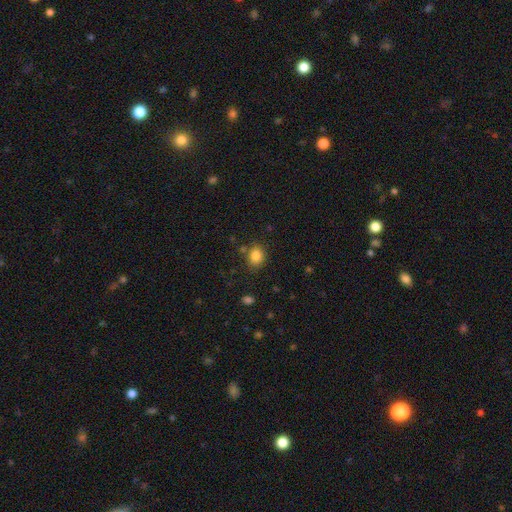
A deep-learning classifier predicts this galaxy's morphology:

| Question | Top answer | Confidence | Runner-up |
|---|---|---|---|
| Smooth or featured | smooth | 84% | star or artifact (11%) |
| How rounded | round | 57% | in between (42%) |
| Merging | none | 77% | minor disturbance (13%) |